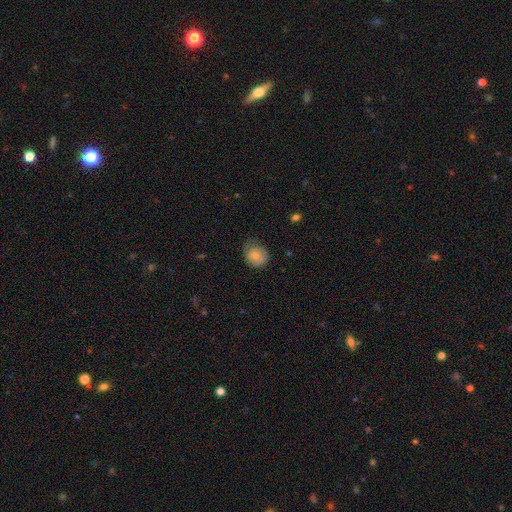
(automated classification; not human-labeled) Smooth or featured? smooth (67%)
How rounded? round (74%)
Merging? none (57%)